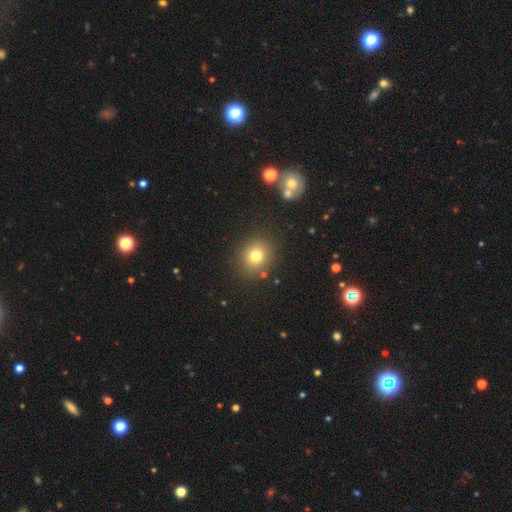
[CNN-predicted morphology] Smooth or featured?
  - smooth: 76% *
  - star or artifact: 15%
  - featured or disk: 9%
How rounded?
  - round: 78% *
  - in between: 21%
  - cigar-shaped: 1%
Merging?
  - none: 85% *
  - minor disturbance: 8%
  - merger: 4%
  - major disturbance: 3%